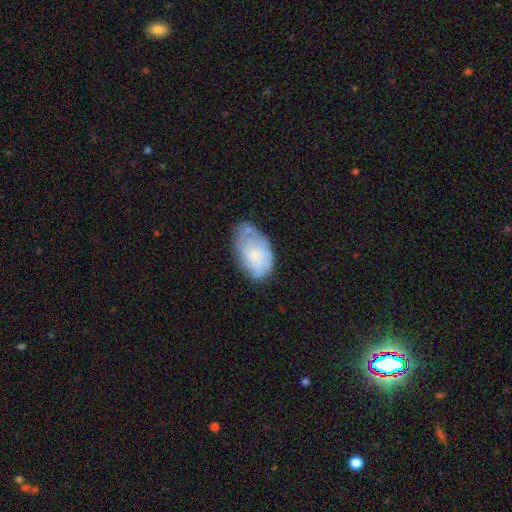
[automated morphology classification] This is possibly a smooth galaxy (56%). How rounded: clearly in between (93%). Merging: possibly none (50%).